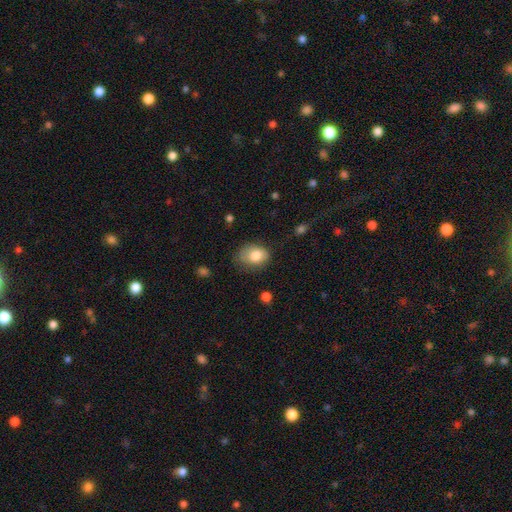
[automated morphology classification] Smooth or featured? smooth (80%)
How rounded? in between (68%)
Merging? none (64%)